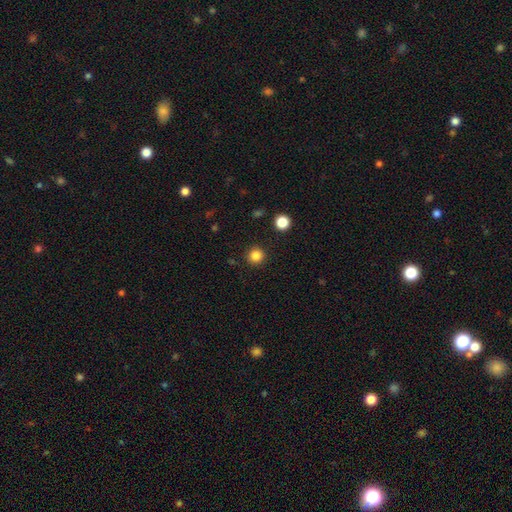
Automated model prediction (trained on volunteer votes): This is clearly a smooth galaxy (84%). How rounded: clearly round (94%). Merging: clearly none (91%).